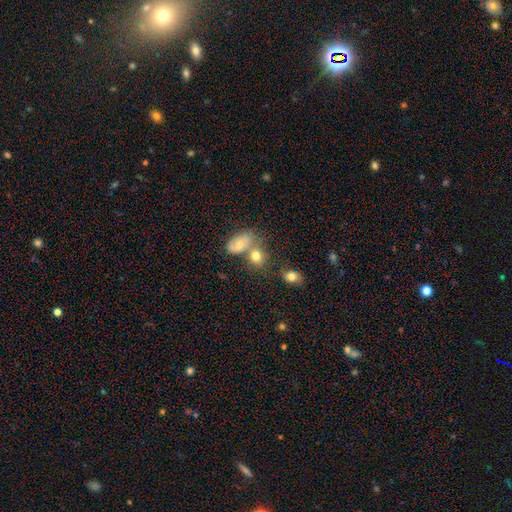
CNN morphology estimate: The model was most divided on "merging": none: 44%, merger: 37%, minor disturbance: 13%, major disturbance: 6%. More confident: smooth or featured — smooth (65%); how rounded — in between (53%).